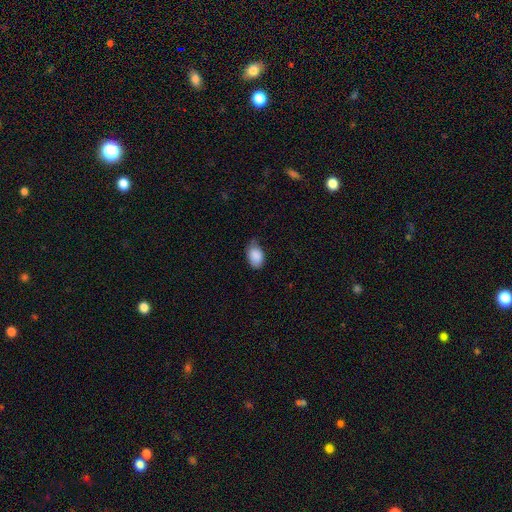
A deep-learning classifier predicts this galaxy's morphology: A smooth galaxy with no disk features (88%) that is in between round and cigar-shaped (88%). Merging: none (57%).